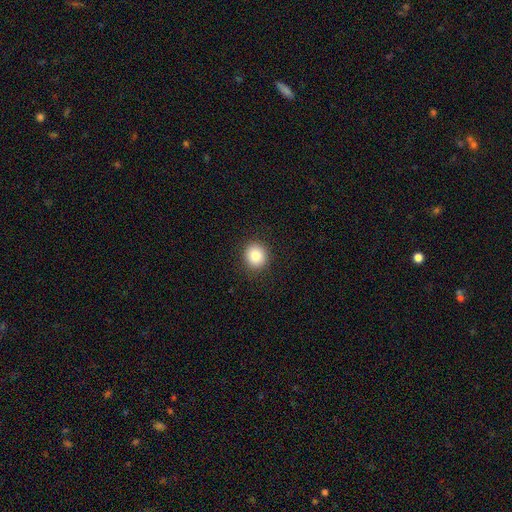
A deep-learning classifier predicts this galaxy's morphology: Overall: smooth (85%). How rounded: round (84%). Merging: none (91%).